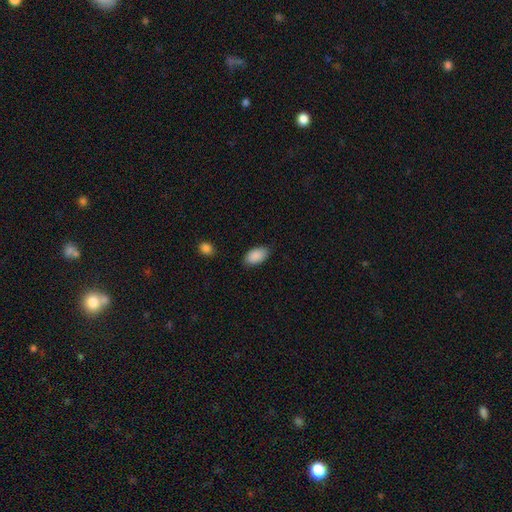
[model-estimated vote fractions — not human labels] This appears to be a smooth galaxy with no disk features (90%) that is in between round and cigar-shaped (94%). Merging: none (84%).